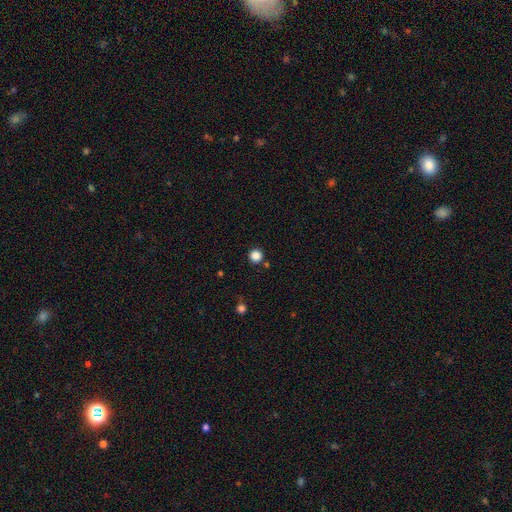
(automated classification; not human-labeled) Smooth or featured?
  - smooth: 85% *
  - star or artifact: 12%
  - featured or disk: 3%
How rounded?
  - round: 96% *
  - in between: 3%
  - cigar-shaped: 1%
Merging?
  - none: 88% *
  - minor disturbance: 6%
  - merger: 4%
  - major disturbance: 2%